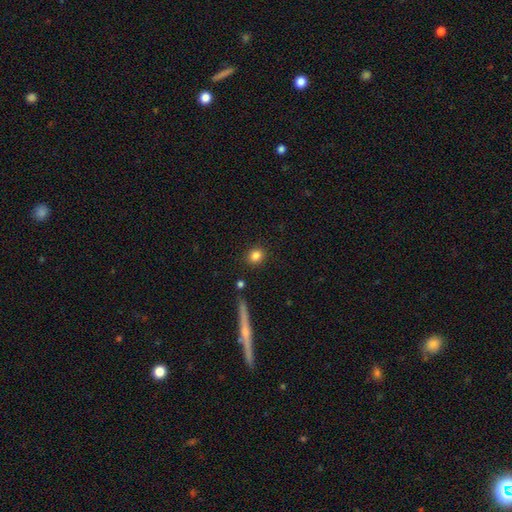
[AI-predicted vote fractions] This is clearly a smooth galaxy (84%). How rounded: likely round (79%). Merging: clearly none (88%).